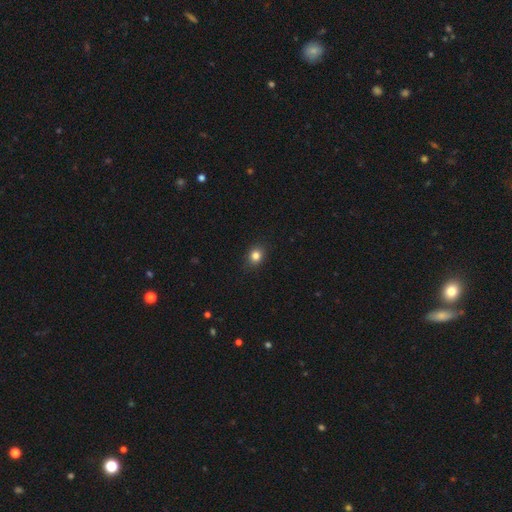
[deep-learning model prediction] smooth 83%, star or artifact 12%, featured or disk 6%. Down the decision tree: how rounded — round (63%); merging — none (88%).